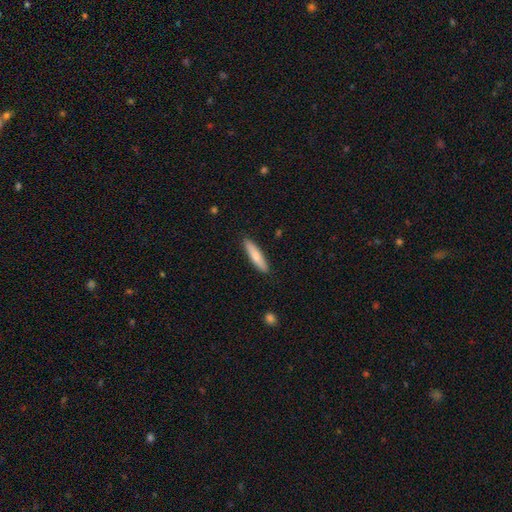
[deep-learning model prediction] Smooth or featured? Predicted: smooth (p=0.75). How rounded? Predicted: cigar-shaped (p=0.83). Merging? Predicted: none (p=0.89).